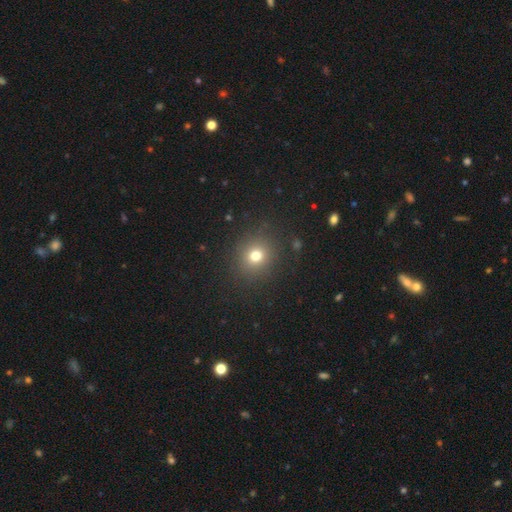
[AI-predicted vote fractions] This appears to be a smooth galaxy with no disk features (74%) that is round (85%). Merging: none (87%).